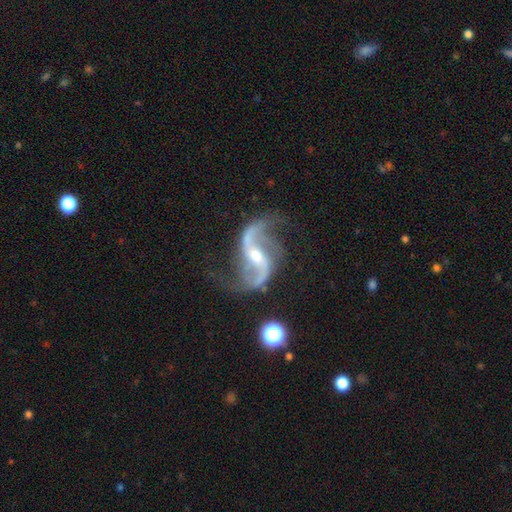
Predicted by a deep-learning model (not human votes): Smooth or featured: featured or disk — 92% (star or artifact — 5%)
Edge-on disk: no — 97% (yes — 3%)
Bar: strong — 40% (weak — 34%)
Spiral arms: yes — 98% (no — 2%)
Spiral winding: loose — 74% (medium — 21%)
Spiral arm count: 2 — 93% (3 — 1%)
Bulge size: small — 54% (moderate — 42%)
Merging: none — 74% (minor disturbance — 15%)